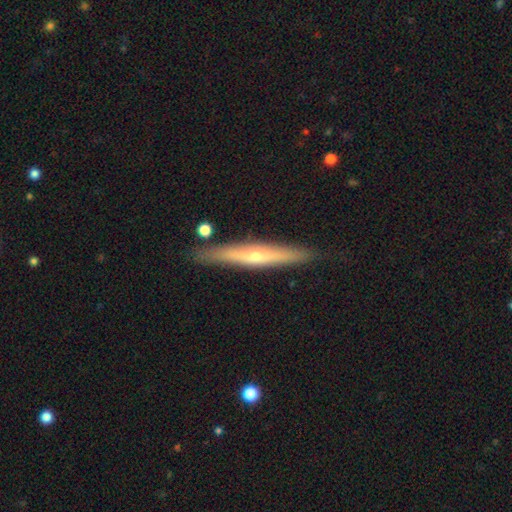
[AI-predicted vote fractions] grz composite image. It shows a featured or disk galaxy (61%) viewed edge-on (94%) with a rounded central bulge (71%). Merging: none (87%).